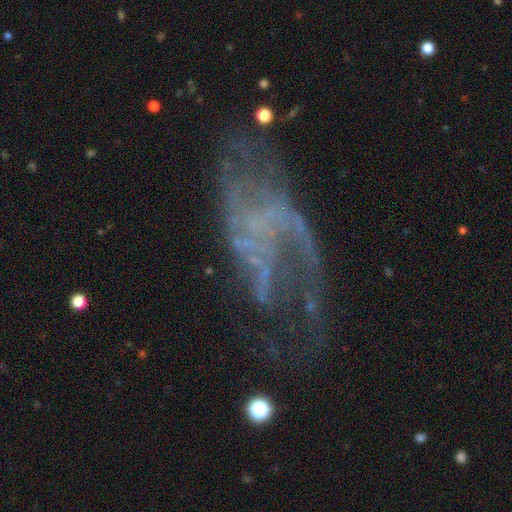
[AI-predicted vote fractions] Smooth or featured?
  - featured or disk: 76% *
  - star or artifact: 13%
  - smooth: 11%
Edge-on disk?
  - no: 96% *
  - yes: 4%
Bar?
  - no: 70% *
  - weak: 22%
  - strong: 8%
Spiral arms?
  - yes: 70% *
  - no: 30%
Spiral winding?
  - loose: 69% *
  - medium: 22%
  - tight: 9%
Spiral arm count?
  - 2: 39% *
  - can't tell: 23%
  - 1: 22%
  - 3: 8%
  - 4: 4%
  - more than 4: 4%
Bulge size?
  - none: 78% *
  - small: 15%
  - moderate: 4%
  - large: 1%
  - dominant: 1%
Merging?
  - none: 39% * (tied)
  - major disturbance: 39% * (tied)
  - minor disturbance: 18%
  - merger: 5%